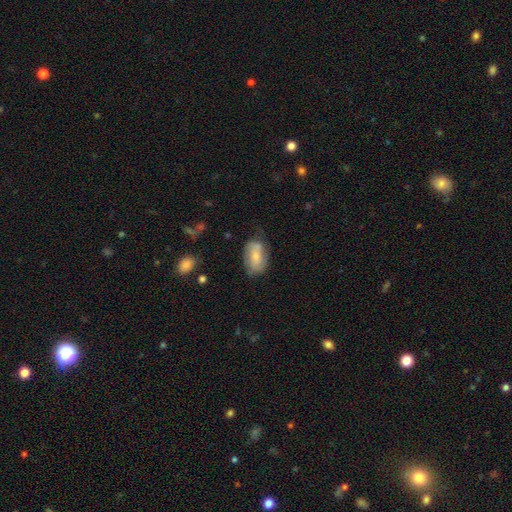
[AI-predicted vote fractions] Smooth or featured? smooth (63%)
How rounded? in between (90%)
Merging? none (57%)